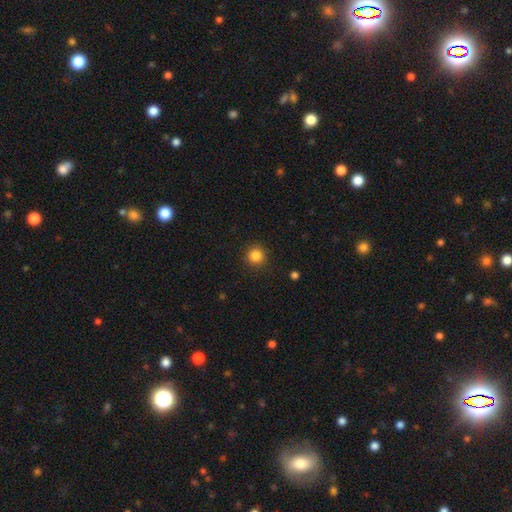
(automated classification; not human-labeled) smooth-or-featured: smooth: 85% | star or artifact: 11% | featured or disk: 4%
  how-rounded: round: 94% | in between: 5% | cigar-shaped: 1%
  merging: none: 91% | minor disturbance: 6% | major disturbance: 2% | merger: 1%